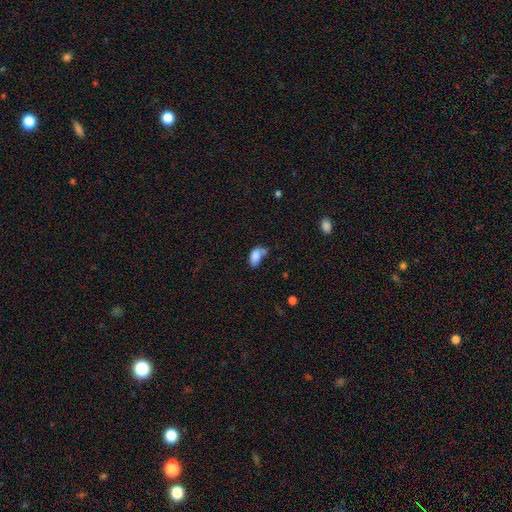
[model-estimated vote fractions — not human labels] smooth_or_featured: smooth (p=0.81) [alt: featured or disk p=0.10]
how_rounded: in between (p=0.92) [alt: round p=0.05]
merging: none (p=0.40) [alt: minor disturbance p=0.27]